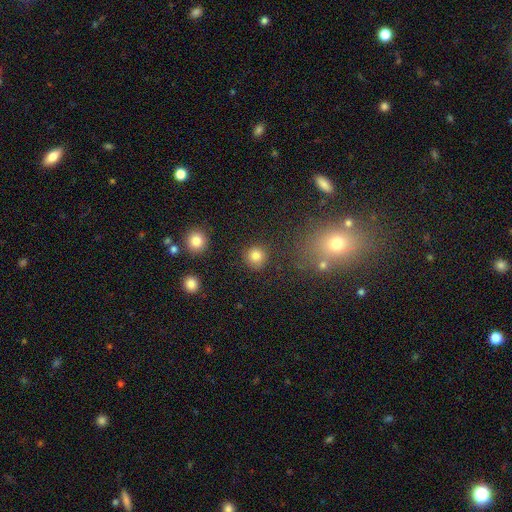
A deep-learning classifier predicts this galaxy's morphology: Overall: smooth (83%). How rounded: round (91%). Merging: none (86%).